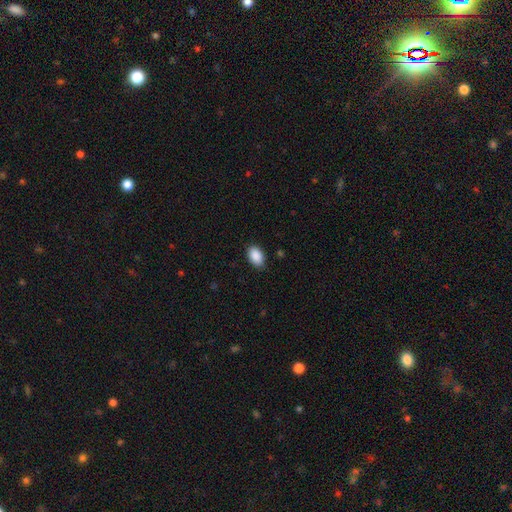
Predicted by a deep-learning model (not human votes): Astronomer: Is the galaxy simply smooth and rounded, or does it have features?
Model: smooth — 90%.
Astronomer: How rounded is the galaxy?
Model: in between — 91%.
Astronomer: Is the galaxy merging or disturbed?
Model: none — 85%.